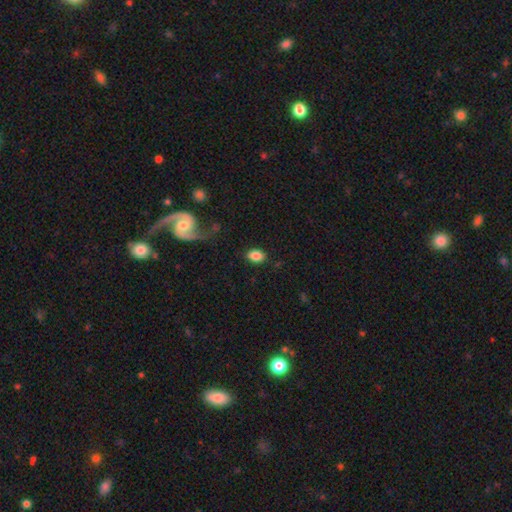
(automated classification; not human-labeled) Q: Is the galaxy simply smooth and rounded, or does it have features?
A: smooth — 85%.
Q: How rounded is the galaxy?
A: in between — 82%.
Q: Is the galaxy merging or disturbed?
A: none — 83%.